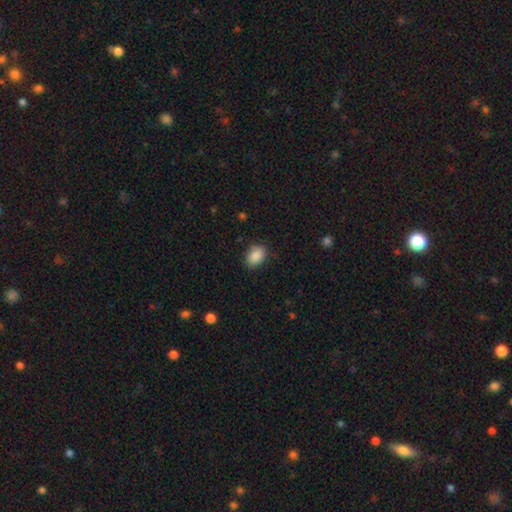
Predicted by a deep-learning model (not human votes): Smooth or featured? Predicted: smooth (p=0.88). How rounded? Predicted: in between (p=0.78). Merging? Predicted: none (p=0.79).